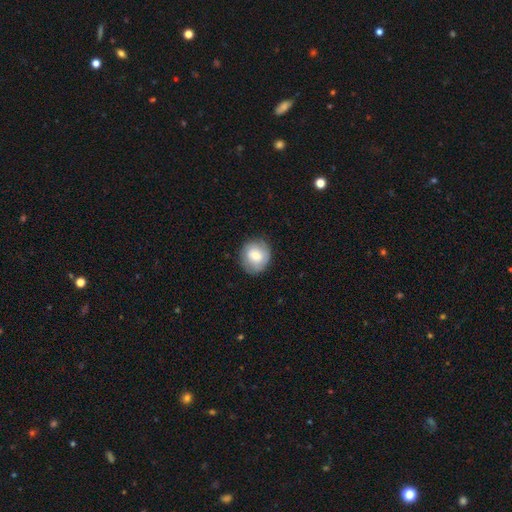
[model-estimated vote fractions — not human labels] Smooth or featured? Predicted: smooth (p=0.65). How rounded? Predicted: round (p=0.81). Merging? Predicted: none (p=0.79).